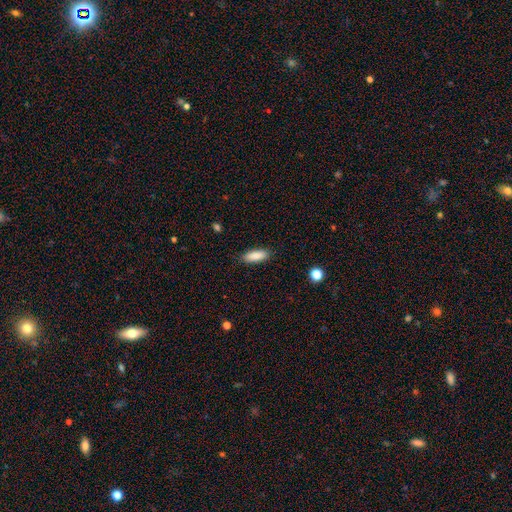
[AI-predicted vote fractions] Smooth or featured?
  - smooth: 88% *
  - star or artifact: 7%
  - featured or disk: 5%
How rounded?
  - in between: 62% *
  - cigar-shaped: 36%
  - round: 2%
Merging?
  - none: 88% *
  - minor disturbance: 9%
  - major disturbance: 2%
  - merger: 1%